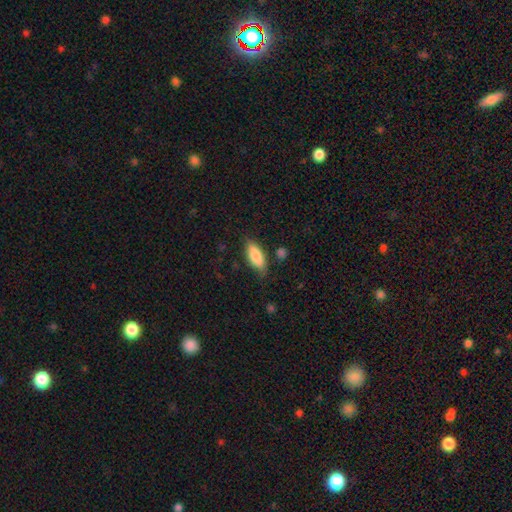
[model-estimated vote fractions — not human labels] Smooth or featured: smooth — 82% (featured or disk — 11%)
How rounded: in between — 75% (cigar-shaped — 23%)
Merging: none — 75% (minor disturbance — 18%)